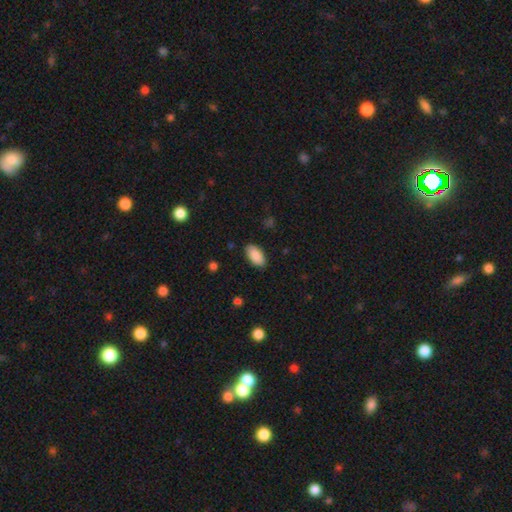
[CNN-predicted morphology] A smooth galaxy with no disk features (89%) that is in between round and cigar-shaped (94%). Merging: none (88%).